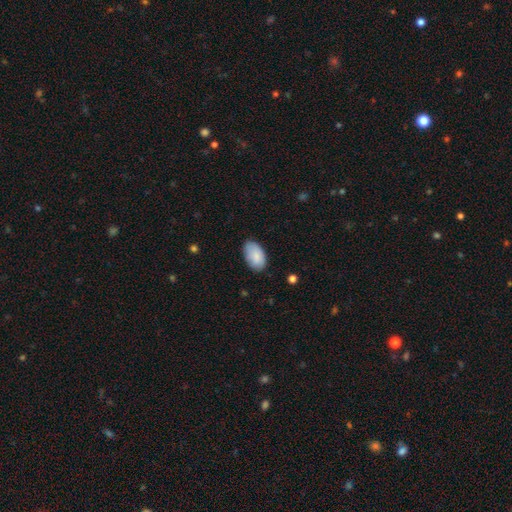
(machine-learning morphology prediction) smooth 87%, featured or disk 7%, star or artifact 6%. Down the decision tree: how rounded — in between (94%); merging — none (76%).